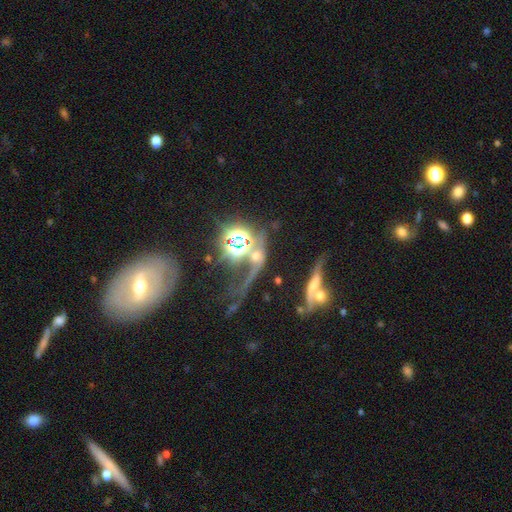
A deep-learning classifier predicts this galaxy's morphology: A star or artifact, not a galaxy (46%).